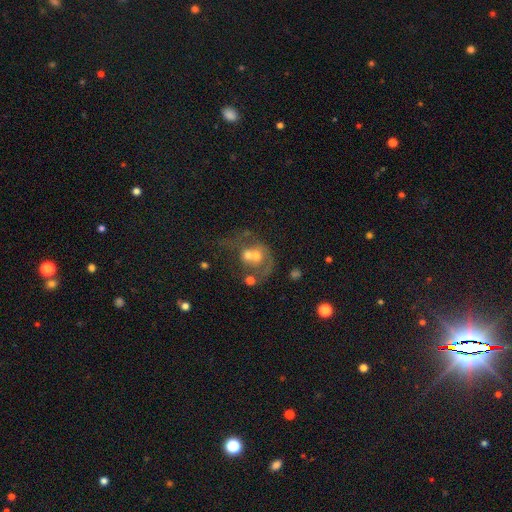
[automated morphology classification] A featured or disk galaxy (56%) with no bar (84%), no spiral arms (54%) and a moderate central bulge (52%). Merging: merger (57%).